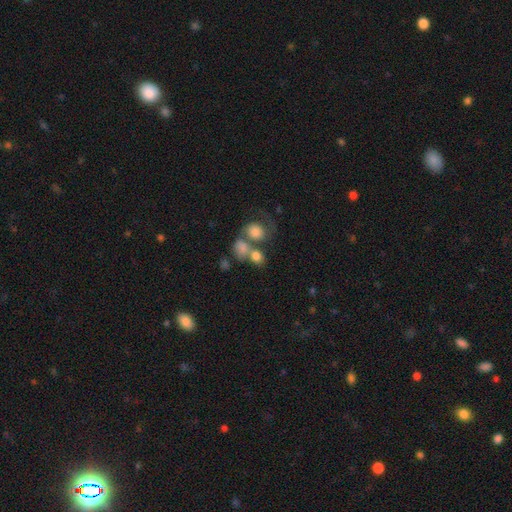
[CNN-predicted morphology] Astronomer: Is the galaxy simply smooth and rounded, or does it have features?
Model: smooth — 73%.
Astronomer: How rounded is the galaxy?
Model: round — 58% (runner-up: in between, 41%).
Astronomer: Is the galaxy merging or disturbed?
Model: merger — 51% (runner-up: none, 28%).